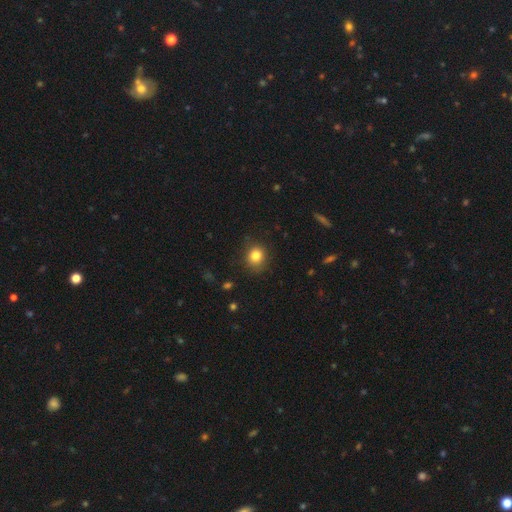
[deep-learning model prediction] smooth_or_featured: smooth (p=0.83) [alt: star or artifact p=0.11]
how_rounded: round (p=0.79) [alt: in between p=0.20]
merging: none (p=0.85) [alt: minor disturbance p=0.11]